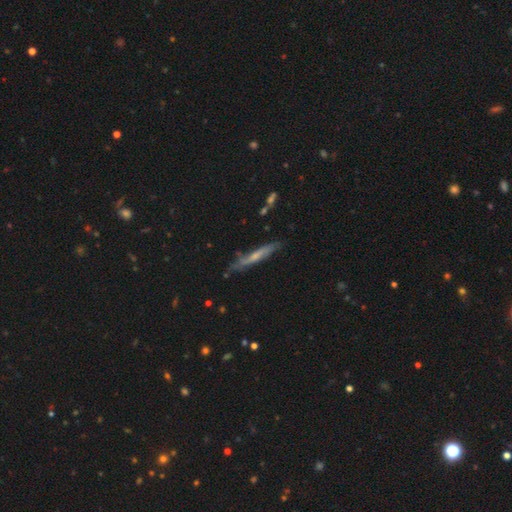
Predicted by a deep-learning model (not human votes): smooth_or_featured: featured or disk (p=0.54) [alt: smooth p=0.38]
disk_edge_on: yes (p=0.79) [alt: no p=0.21]
merging: none (p=0.69) [alt: minor disturbance p=0.23]